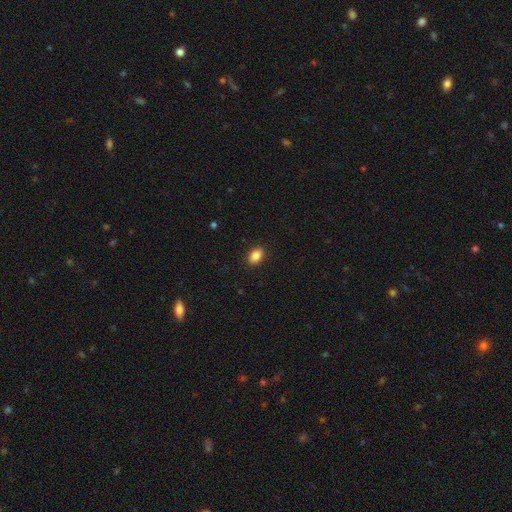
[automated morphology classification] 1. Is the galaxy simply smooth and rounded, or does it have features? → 87% smooth, 9% star or artifact, 4% featured or disk.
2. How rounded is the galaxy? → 81% in between, 17% round, 1% cigar-shaped.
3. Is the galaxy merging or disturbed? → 90% none, 7% minor disturbance, 2% major disturbance, 1% merger.